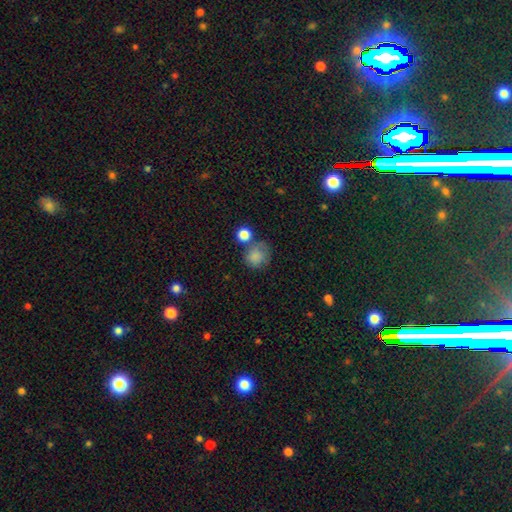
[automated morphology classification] Smooth or featured: smooth — 80% (star or artifact — 10%)
How rounded: round — 79% (in between — 20%)
Merging: none — 51% (minor disturbance — 20%)